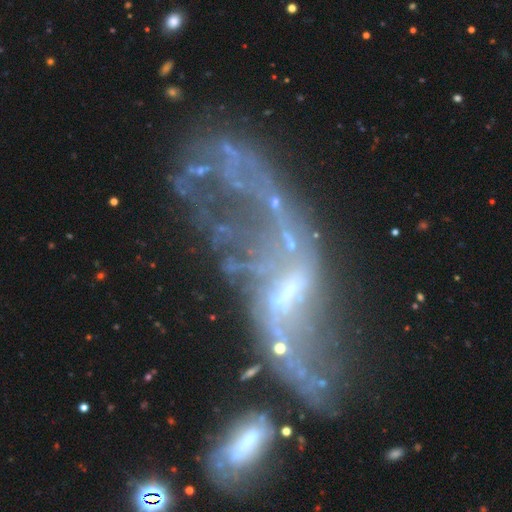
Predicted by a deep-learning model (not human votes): A featured or disk galaxy (79%) with a weak bar (42%), 2 (73%) loose (84%) spiral arms (70%) and a small central bulge (41%).

Vote fractions:
- Smooth or featured? featured or disk: 79% / star or artifact: 11% / smooth: 10%
- Edge-on disk? no: 92% / yes: 8%
- Bar? weak: 42% / no: 30% / strong: 29%
- Spiral arms? yes: 70% / no: 30%
- Spiral winding? loose: 84% / medium: 12% / tight: 4%
- Spiral arm count? 2: 73% / can't tell: 11% / 1: 10% / 3: 2% / 4: 2% / more than 4: 2%
- Bulge size? small: 41% / none: 35% / moderate: 19% / large: 3% / dominant: 2%
- Merging? major disturbance: 31% / merger: 29% / none: 26% / minor disturbance: 14%